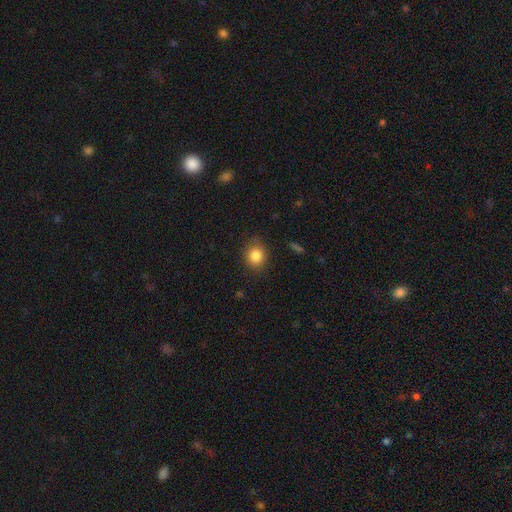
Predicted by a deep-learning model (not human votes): Smooth or featured?
  - smooth: 84% *
  - star or artifact: 10%
  - featured or disk: 5%
How rounded?
  - round: 73% *
  - in between: 26%
  - cigar-shaped: 1%
Merging?
  - none: 83% *
  - minor disturbance: 12%
  - major disturbance: 3%
  - merger: 1%